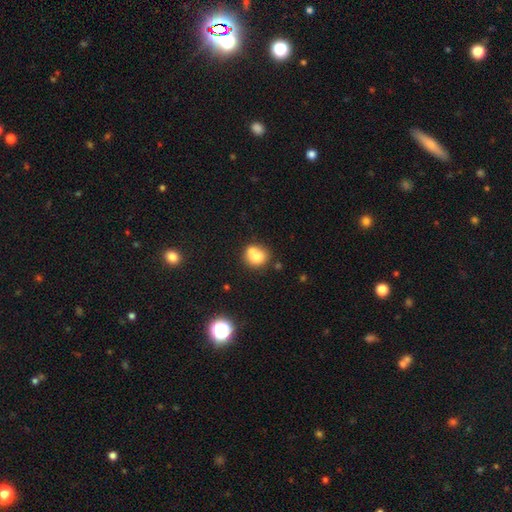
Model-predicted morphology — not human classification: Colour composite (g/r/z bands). It shows a smooth galaxy with no disk features (72%) that is round (78%). Merging: merger (46%).